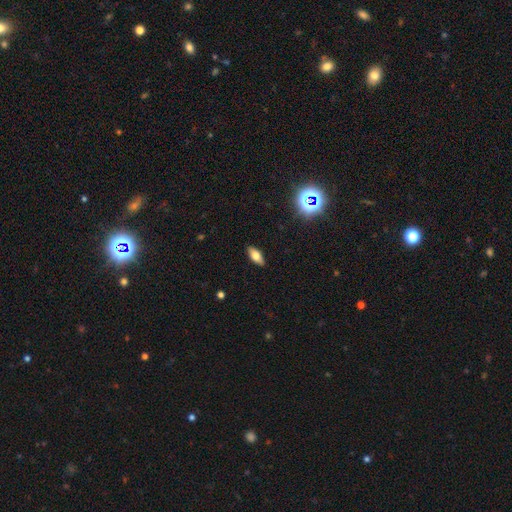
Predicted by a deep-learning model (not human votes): smooth-or-featured: smooth: 67% | featured or disk: 22% | star or artifact: 11%
  how-rounded: in between: 83% | cigar-shaped: 14% | round: 4%
  merging: none: 89% | minor disturbance: 9% | major disturbance: 2% | merger: 1%